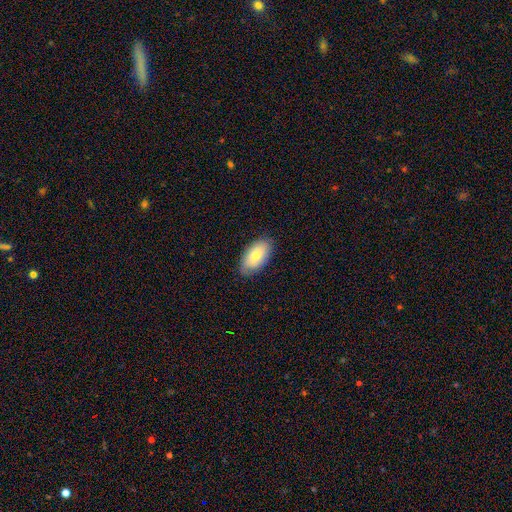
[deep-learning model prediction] The model was most divided on "smooth or featured": smooth: 80%, featured or disk: 14%, star or artifact: 6%. More confident: how rounded — in between (95%); merging — none (83%).